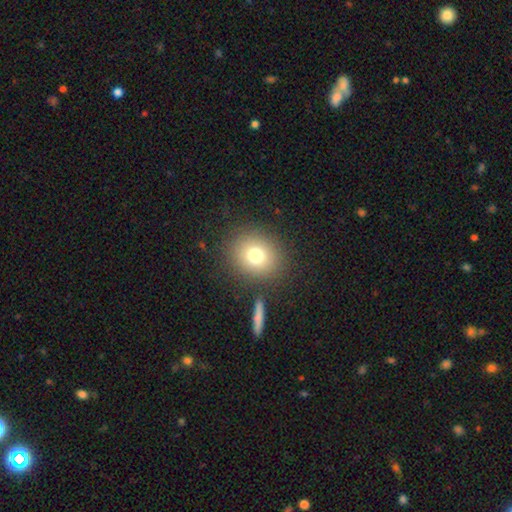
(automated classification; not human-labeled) smooth_or_featured: smooth (p=0.75) [alt: star or artifact p=0.13]
how_rounded: round (p=0.78) [alt: in between p=0.21]
merging: none (p=0.85) [alt: minor disturbance p=0.08]